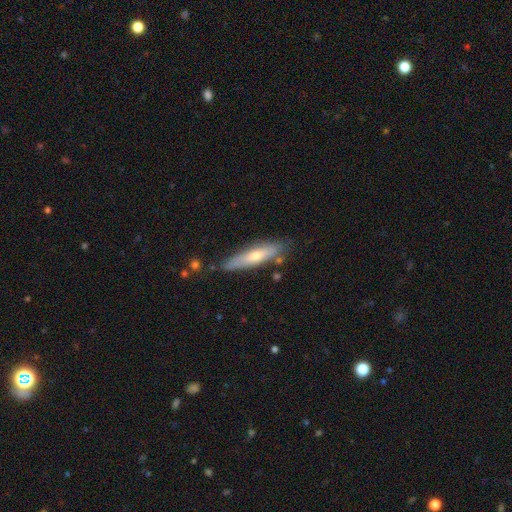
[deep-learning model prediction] Smooth or featured: featured or disk — 50% (smooth — 42%)
Edge-on disk: yes — 82% (no — 18%)
Merging: none — 76% (minor disturbance — 17%)